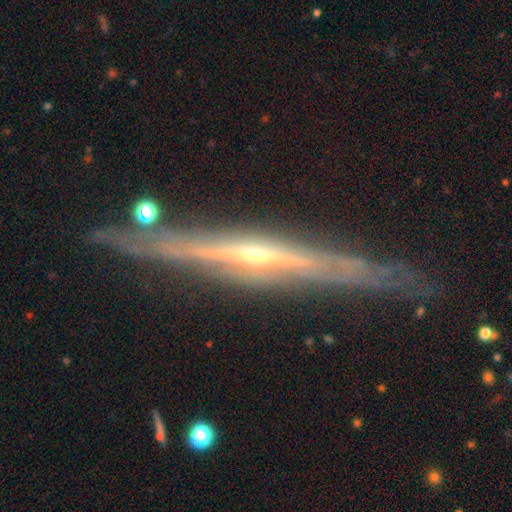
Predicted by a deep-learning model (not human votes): featured or disk 85%, smooth 8%, star or artifact 6%. Down the decision tree: edge-on disk — yes (94%); edge-on bulge — rounded (71%); merging — none (78%).